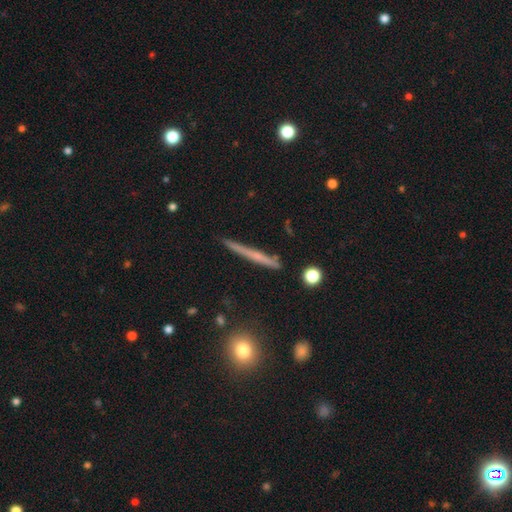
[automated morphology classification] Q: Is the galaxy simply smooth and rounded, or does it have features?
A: featured or disk — 58%.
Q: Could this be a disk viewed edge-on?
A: yes — 97%.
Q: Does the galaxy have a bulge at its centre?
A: none — 64%.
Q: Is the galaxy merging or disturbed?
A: none — 87%.